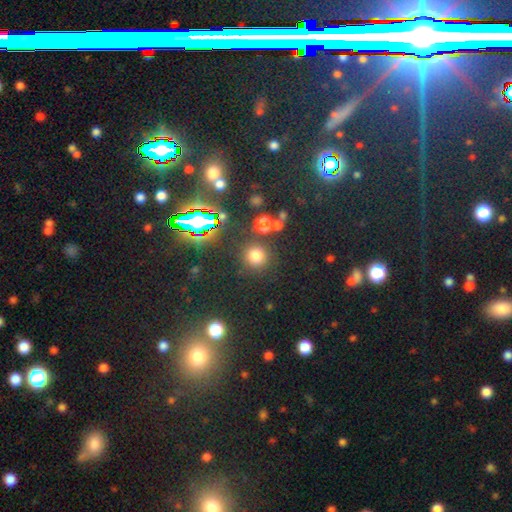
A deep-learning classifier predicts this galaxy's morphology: This appears to be a smooth galaxy with no disk features (70%) that is round (92%). Merging: none (83%).